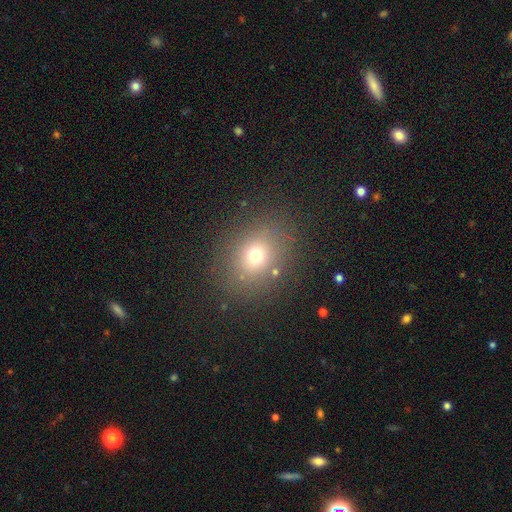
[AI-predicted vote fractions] Smooth or featured? smooth (69%)
How rounded? round (65%)
Merging? none (83%)